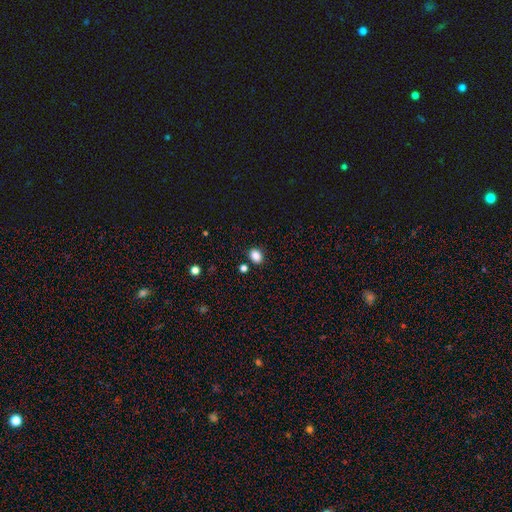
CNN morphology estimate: Smooth or featured? smooth (86%)
How rounded? in between (60%)
Merging? none (84%)